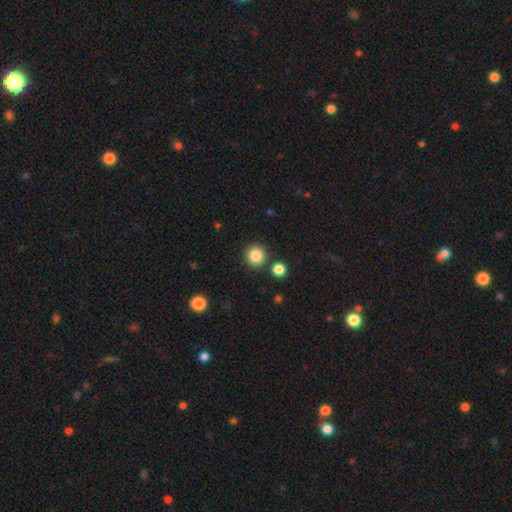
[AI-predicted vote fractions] smooth_or_featured: smooth (p=0.86) [alt: star or artifact p=0.10]
how_rounded: round (p=0.93) [alt: in between p=0.06]
merging: none (p=0.86) [alt: minor disturbance p=0.06]